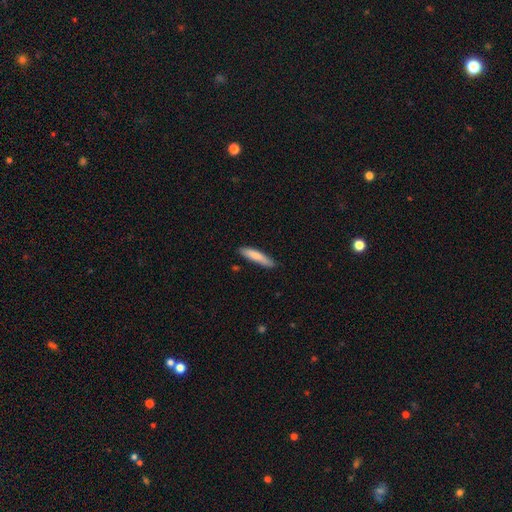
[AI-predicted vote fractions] Smooth or featured?
  - smooth: 81% *
  - featured or disk: 14%
  - star or artifact: 5%
How rounded?
  - cigar-shaped: 86% *
  - in between: 13%
  - round: 1%
Merging?
  - none: 80% *
  - minor disturbance: 16%
  - major disturbance: 2%
  - merger: 2%